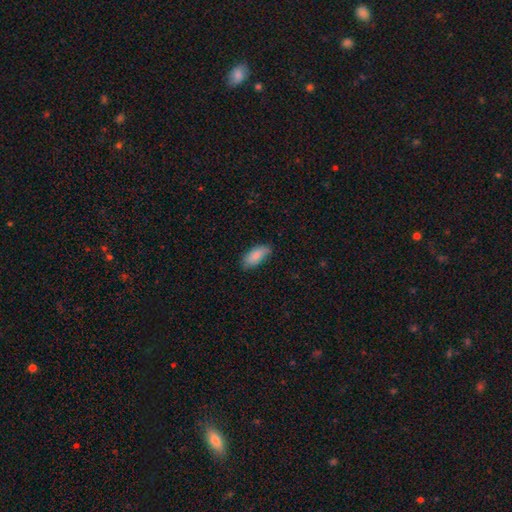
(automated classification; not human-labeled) Q: Smooth or featured?
A: smooth (87%); runner-up: featured or disk (7%)
Q: How rounded?
A: in between (86%); runner-up: cigar-shaped (13%)
Q: Merging?
A: none (77%); runner-up: minor disturbance (19%)